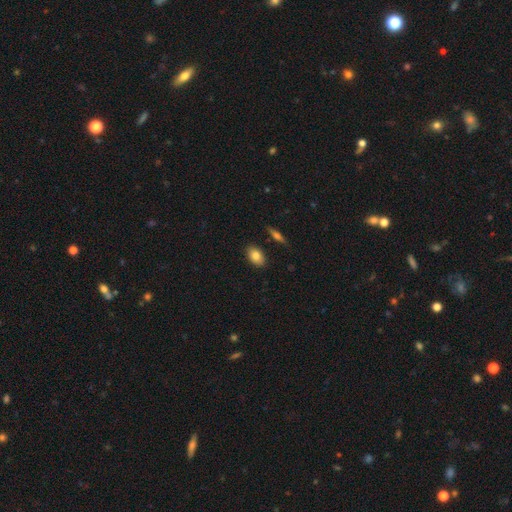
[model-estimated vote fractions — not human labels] smooth 82%, featured or disk 10%, star or artifact 7%. Down the decision tree: how rounded — in between (86%); merging — none (86%).